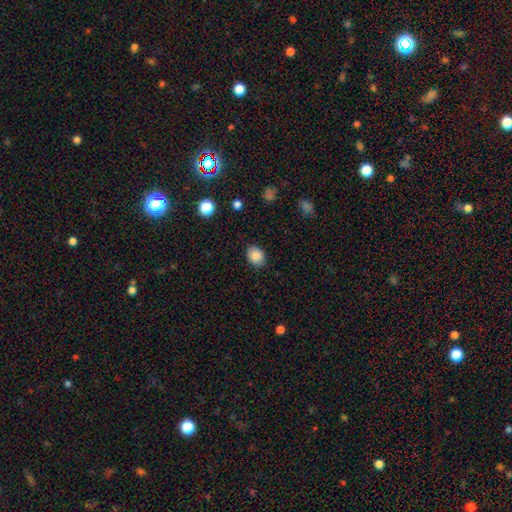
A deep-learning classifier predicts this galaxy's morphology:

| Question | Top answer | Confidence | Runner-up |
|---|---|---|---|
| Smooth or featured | smooth | 85% | star or artifact (9%) |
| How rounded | round | 50% | in between (49%) |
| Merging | none | 85% | minor disturbance (12%) |